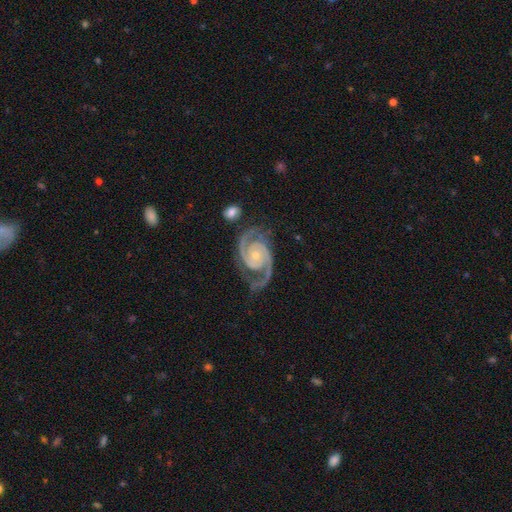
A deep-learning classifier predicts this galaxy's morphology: Smooth or featured? featured or disk (94%)
Edge-on disk? no (98%)
Bar? no (72%)
Spiral arms? yes (99%)
Spiral winding? tight (47%)
Spiral arm count? 2 (92%)
Bulge size? small (62%)
Merging? none (75%)